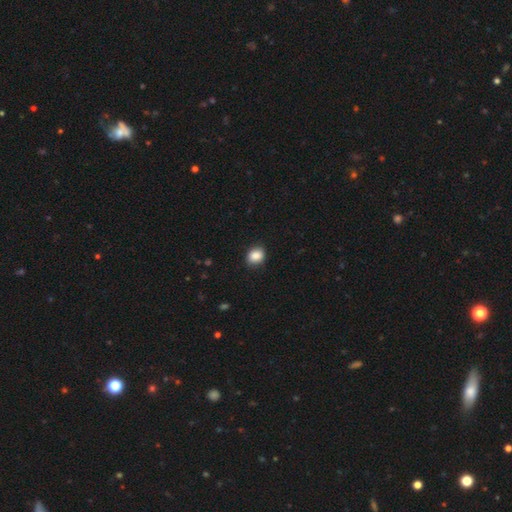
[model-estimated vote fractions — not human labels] The model was most divided on "how rounded": round: 54%, in between: 45%, cigar-shaped: 1%. More confident: smooth or featured — smooth (86%); merging — none (85%).